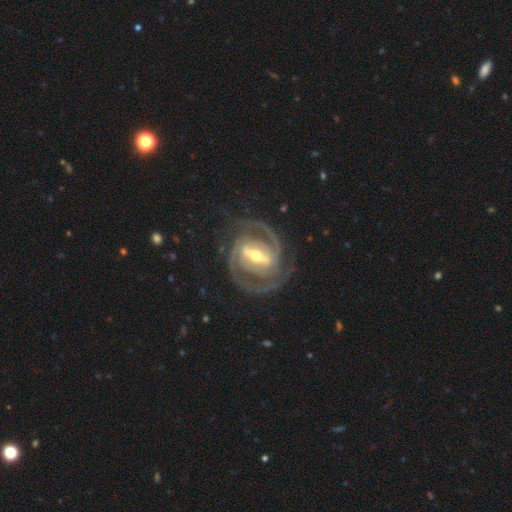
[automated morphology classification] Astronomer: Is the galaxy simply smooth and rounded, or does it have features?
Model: featured or disk — 93%.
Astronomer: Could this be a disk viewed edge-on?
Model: no — 97%.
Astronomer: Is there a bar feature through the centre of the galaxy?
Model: strong — 69%.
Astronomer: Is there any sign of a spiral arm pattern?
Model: yes — 98%.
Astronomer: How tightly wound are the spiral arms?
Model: tight — 50% (runner-up: medium, 43%).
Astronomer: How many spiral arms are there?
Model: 2 — 82%.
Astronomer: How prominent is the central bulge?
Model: moderate — 59% (runner-up: small, 34%).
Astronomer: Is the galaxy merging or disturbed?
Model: none — 78%.